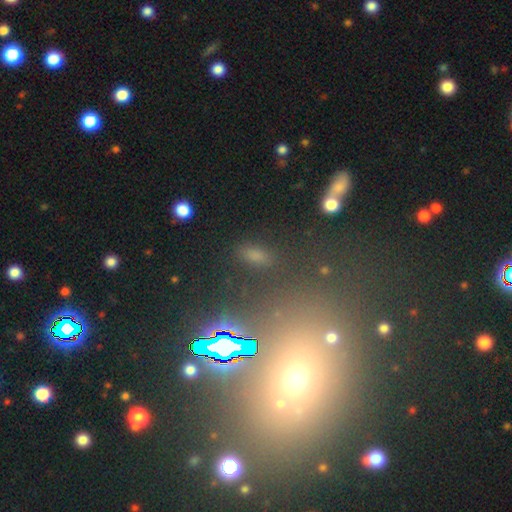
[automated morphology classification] Smooth or featured?
  - smooth: 64% *
  - star or artifact: 28%
  - featured or disk: 8%
How rounded?
  - in between: 80% *
  - cigar-shaped: 12%
  - round: 7%
Merging?
  - none: 83% *
  - minor disturbance: 10%
  - major disturbance: 4%
  - merger: 3%